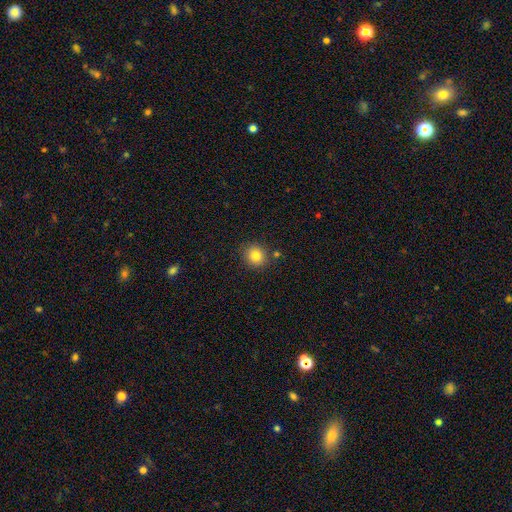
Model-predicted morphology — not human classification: Smooth or featured?
  - smooth: 82% *
  - star or artifact: 11%
  - featured or disk: 7%
How rounded?
  - round: 86% *
  - in between: 13%
  - cigar-shaped: 1%
Merging?
  - none: 84% *
  - minor disturbance: 9%
  - merger: 4%
  - major disturbance: 2%